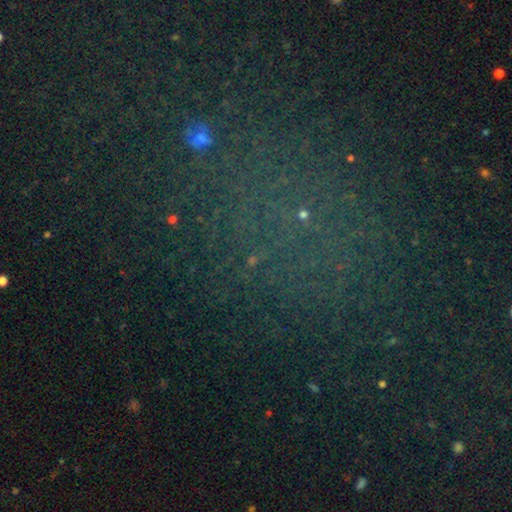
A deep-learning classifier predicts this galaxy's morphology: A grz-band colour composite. It shows a star or artifact, not a galaxy (61%).